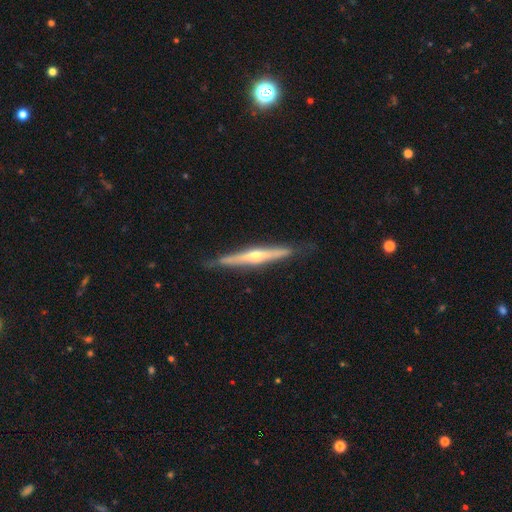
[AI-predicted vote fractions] A featured or disk galaxy (77%) viewed edge-on (97%) with a rounded central bulge (82%). Merging: none (86%).